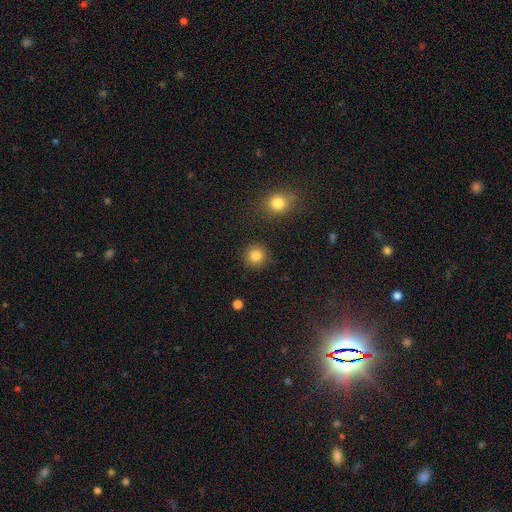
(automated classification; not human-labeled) A smooth galaxy with no disk features (85%) that is round (93%). Merging: none (90%).